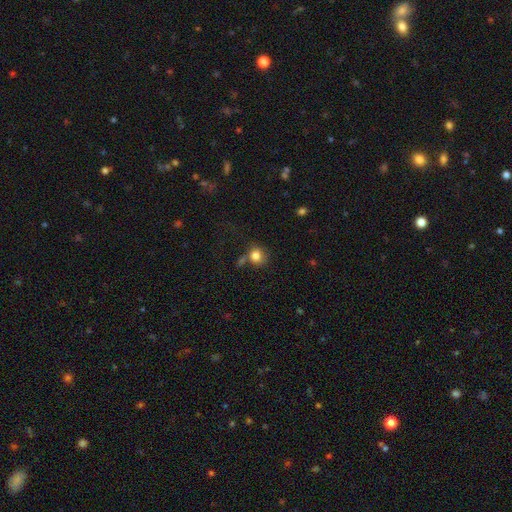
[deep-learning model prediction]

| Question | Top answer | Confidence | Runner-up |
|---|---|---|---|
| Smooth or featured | smooth | 82% | star or artifact (11%) |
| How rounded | round | 81% | in between (18%) |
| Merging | none | 62% | minor disturbance (16%) |